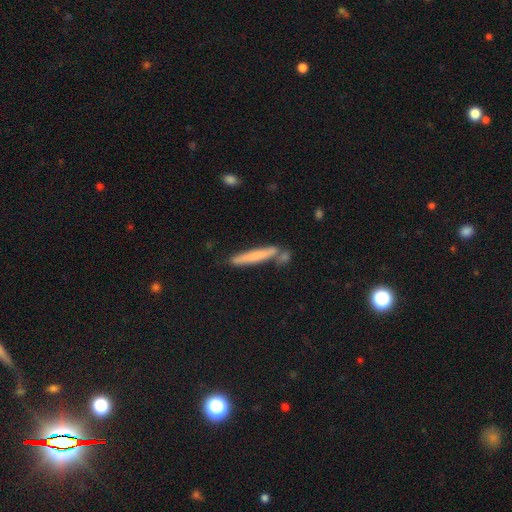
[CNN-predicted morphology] Overall: smooth (68%). How rounded: cigar-shaped (94%). Merging: none (71%).